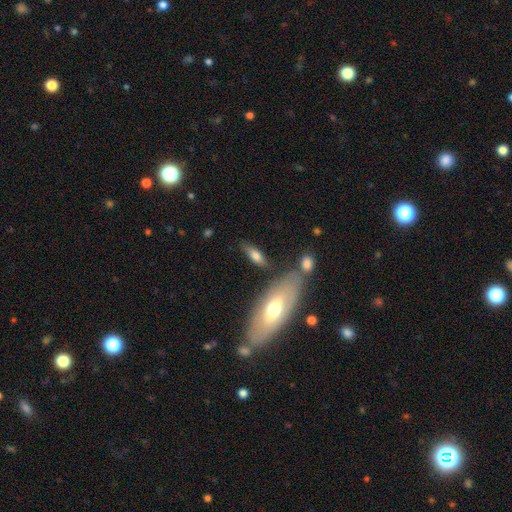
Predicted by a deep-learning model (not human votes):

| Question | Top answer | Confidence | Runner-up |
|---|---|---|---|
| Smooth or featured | smooth | 63% | featured or disk (30%) |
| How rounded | in between | 57% | cigar-shaped (39%) |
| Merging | none | 69% | minor disturbance (16%) |